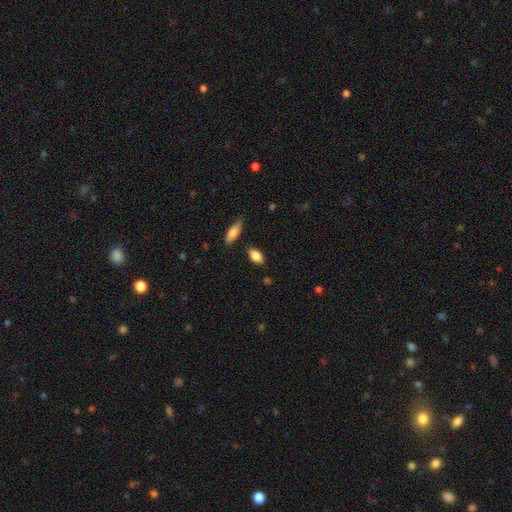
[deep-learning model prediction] smooth 85%, featured or disk 8%, star or artifact 7%. Down the decision tree: how rounded — in between (89%); merging — none (84%).